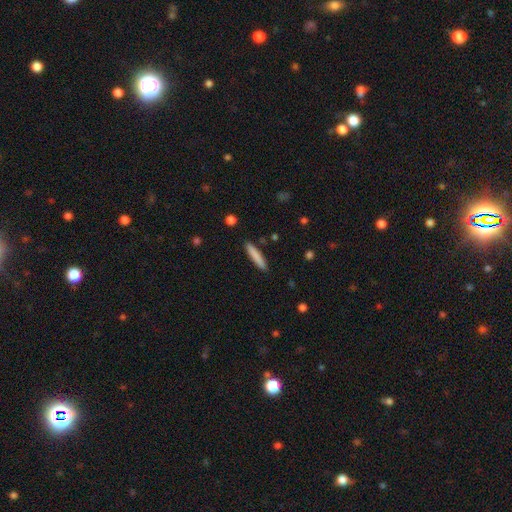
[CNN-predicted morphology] Smooth or featured?
  - smooth: 82% *
  - featured or disk: 12%
  - star or artifact: 6%
How rounded?
  - cigar-shaped: 92% *
  - in between: 7%
  - round: 1%
Merging?
  - none: 90% *
  - minor disturbance: 7%
  - major disturbance: 2%
  - merger: 2%